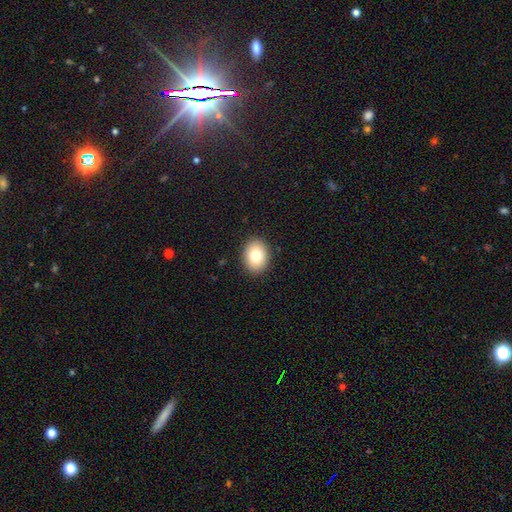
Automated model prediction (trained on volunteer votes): Smooth or featured?
  - smooth: 80% *
  - featured or disk: 11%
  - star or artifact: 9%
How rounded?
  - in between: 62% *
  - round: 37%
  - cigar-shaped: 1%
Merging?
  - none: 90% *
  - minor disturbance: 7%
  - major disturbance: 2%
  - merger: 1%